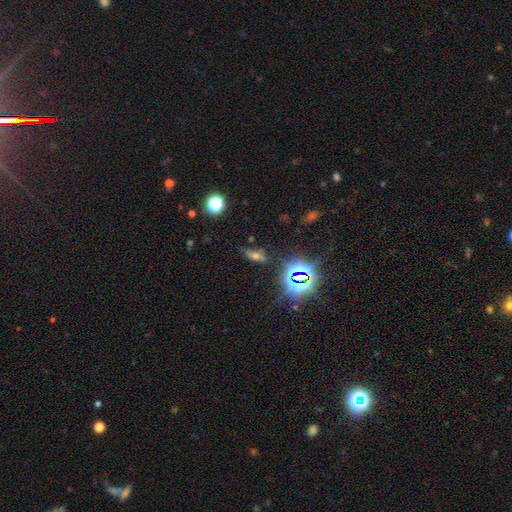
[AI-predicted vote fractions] star or artifact 44%, smooth 37%, featured or disk 20%.